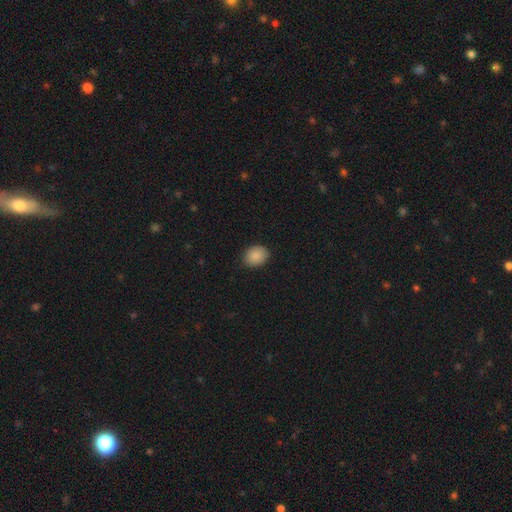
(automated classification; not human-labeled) smooth 89%, star or artifact 8%, featured or disk 3%. Down the decision tree: how rounded — in between (51%); merging — none (87%).